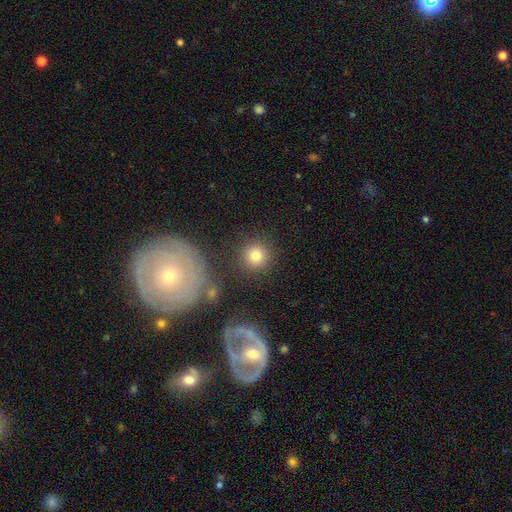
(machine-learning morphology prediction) This is clearly a smooth galaxy (81%). How rounded: clearly round (93%). Merging: clearly none (86%).